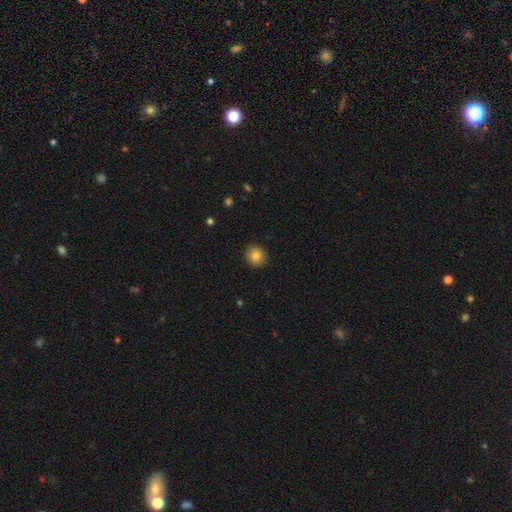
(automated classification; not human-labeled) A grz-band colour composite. It shows a smooth galaxy with no disk features (84%) that is round (88%). Merging: none (91%).